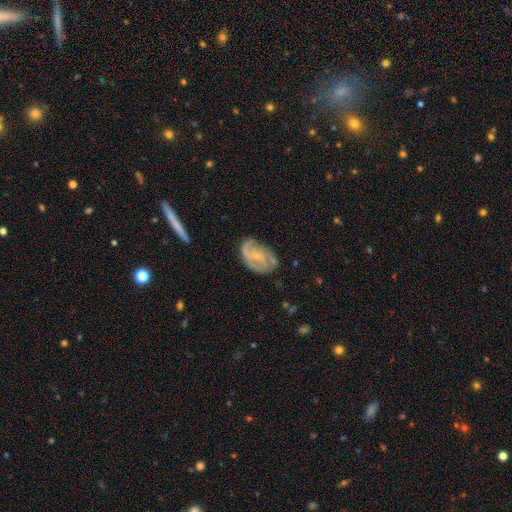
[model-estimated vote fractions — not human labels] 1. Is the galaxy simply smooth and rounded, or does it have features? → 76% featured or disk, 17% smooth, 7% star or artifact.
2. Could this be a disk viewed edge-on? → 96% no, 4% yes.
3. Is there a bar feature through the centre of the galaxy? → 56% no, 36% weak, 8% strong.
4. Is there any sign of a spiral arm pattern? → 90% yes, 10% no.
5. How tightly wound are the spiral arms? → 44% medium, 35% tight, 22% loose.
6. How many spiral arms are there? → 46% 2, 22% can't tell, 19% 3, 5% 1, 4% 4, 3% more than 4.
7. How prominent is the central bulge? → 71% small, 18% moderate, 9% none, 1% large, 1% dominant.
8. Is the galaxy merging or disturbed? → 63% none, 24% minor disturbance, 11% major disturbance, 2% merger.